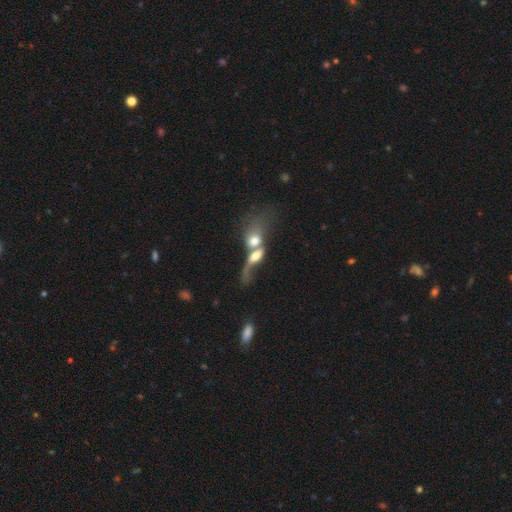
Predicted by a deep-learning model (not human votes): Smooth or featured? smooth (50%)
Merging? merger (77%)